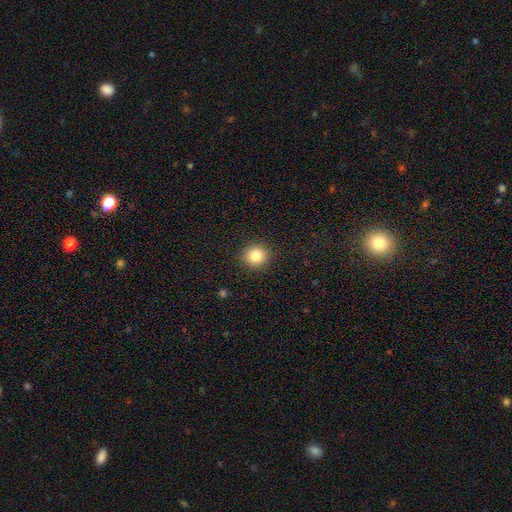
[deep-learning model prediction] Morphology: type=smooth (83%); roundness=round (91%); merging=none (92%).